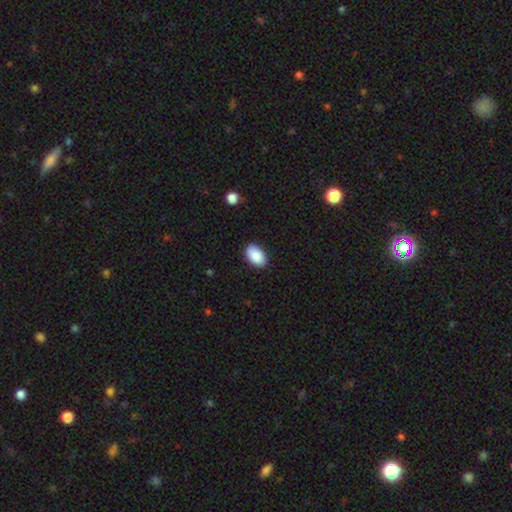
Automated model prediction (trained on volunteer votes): Smooth or featured? smooth (89%)
How rounded? in between (94%)
Merging? none (87%)